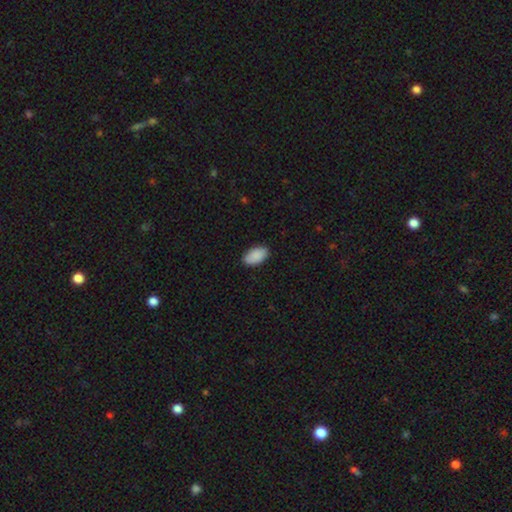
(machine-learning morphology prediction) The model was most divided on "merging": none: 87%, minor disturbance: 10%, major disturbance: 2%, merger: 1%. More confident: how rounded — in between (95%); smooth or featured — smooth (90%).